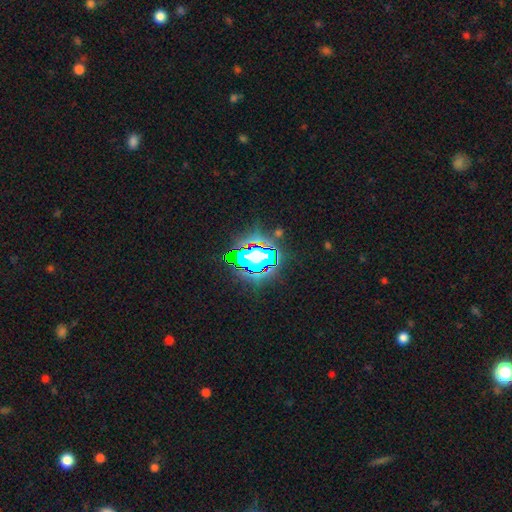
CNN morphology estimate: star or artifact 62%, smooth 20%, featured or disk 18%.